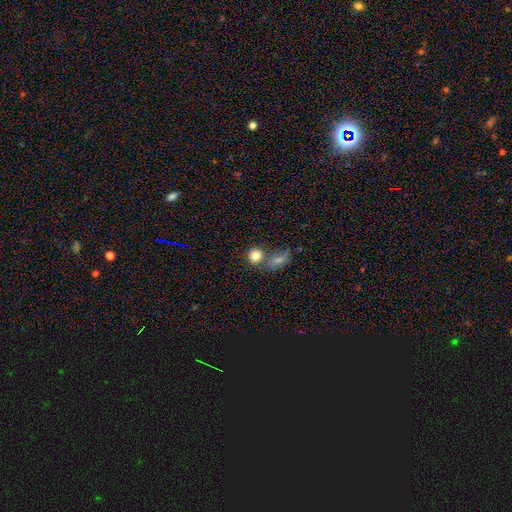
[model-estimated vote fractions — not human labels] A smooth galaxy with no disk features (83%) that is round (83%). Merging: none (55%).